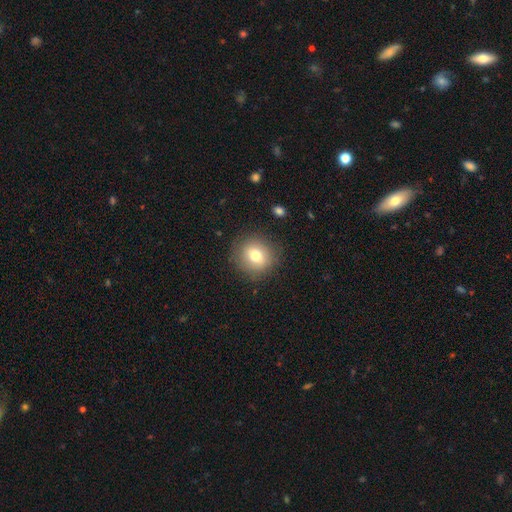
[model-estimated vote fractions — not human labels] Smooth or featured: smooth — 75% (featured or disk — 14%)
How rounded: round — 87% (in between — 12%)
Merging: none — 86% (minor disturbance — 10%)